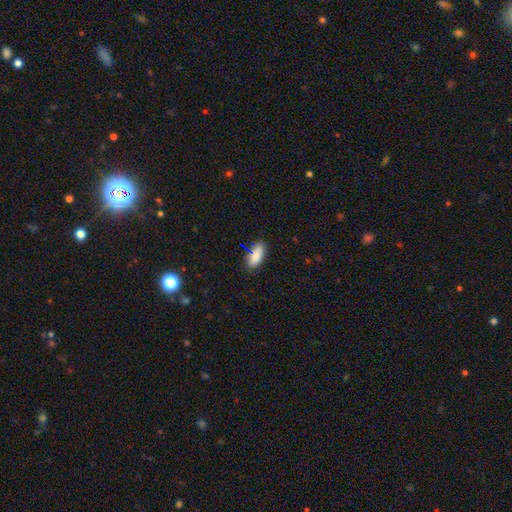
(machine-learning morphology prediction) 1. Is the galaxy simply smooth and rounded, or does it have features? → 84% smooth, 8% star or artifact, 7% featured or disk.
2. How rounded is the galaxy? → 85% in between, 12% cigar-shaped, 3% round.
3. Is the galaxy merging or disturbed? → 76% none, 18% minor disturbance, 3% merger, 3% major disturbance.